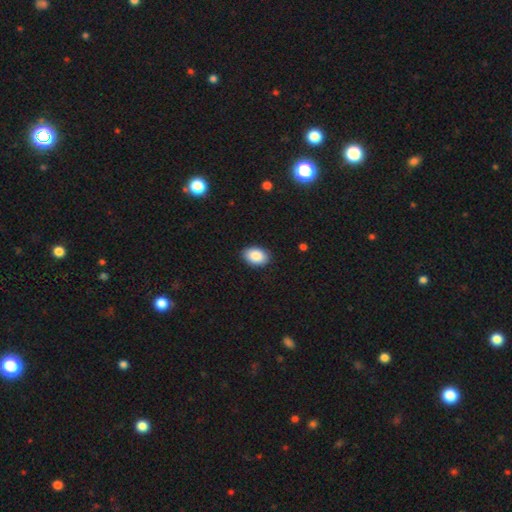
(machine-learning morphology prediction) smooth 88%, star or artifact 7%, featured or disk 5%. Down the decision tree: how rounded — in between (85%); merging — none (89%).